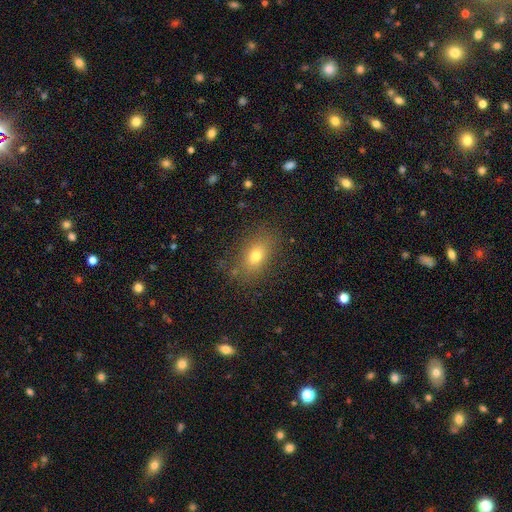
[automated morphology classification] smooth_or_featured: smooth (p=0.74) [alt: featured or disk p=0.14]
how_rounded: in between (p=0.78) [alt: round p=0.18]
merging: none (p=0.82) [alt: minor disturbance p=0.12]